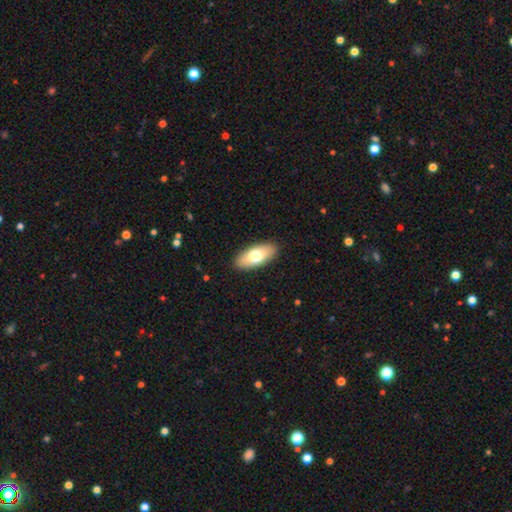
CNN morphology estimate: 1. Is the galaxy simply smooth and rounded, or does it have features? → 71% smooth, 23% featured or disk, 6% star or artifact.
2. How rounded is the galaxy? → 88% in between, 9% cigar-shaped, 3% round.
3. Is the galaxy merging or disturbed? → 90% none, 7% minor disturbance, 2% major disturbance, 1% merger.